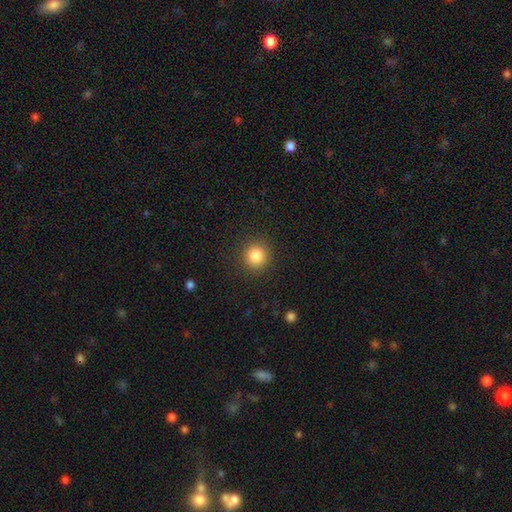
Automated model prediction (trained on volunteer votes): This is clearly a smooth galaxy (85%). How rounded: clearly round (92%). Merging: clearly none (90%).